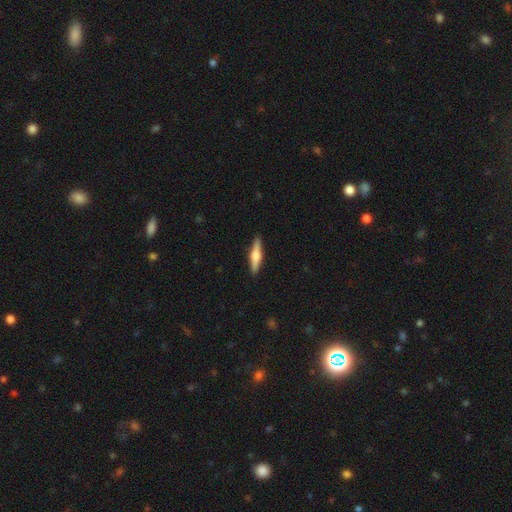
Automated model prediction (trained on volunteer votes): smooth_or_featured: featured or disk (p=0.57) [alt: smooth p=0.38]
disk_edge_on: yes (p=0.97) [alt: no p=0.03]
edge_on_bulge: rounded (p=0.88) [alt: boxy p=0.08]
merging: none (p=0.91) [alt: minor disturbance p=0.07]